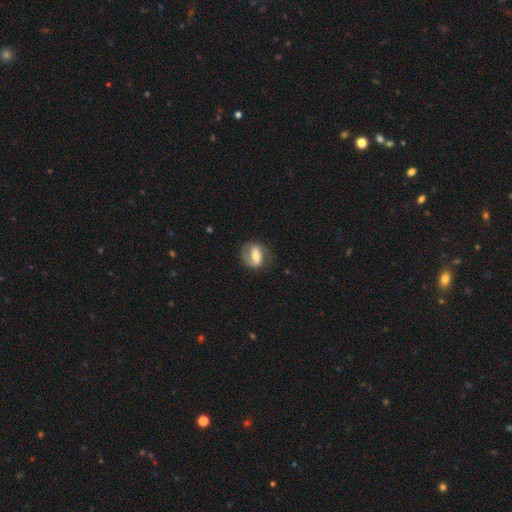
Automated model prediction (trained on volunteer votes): Q: Smooth or featured?
A: featured or disk (59%); runner-up: smooth (34%)
Q: Edge-on disk?
A: no (95%); runner-up: yes (5%)
Q: Bar?
A: strong (46%); runner-up: weak (35%)
Q: Spiral arms?
A: yes (77%); runner-up: no (23%)
Q: Bulge size?
A: moderate (47%); runner-up: small (24%)
Q: Merging?
A: none (66%); runner-up: minor disturbance (20%)